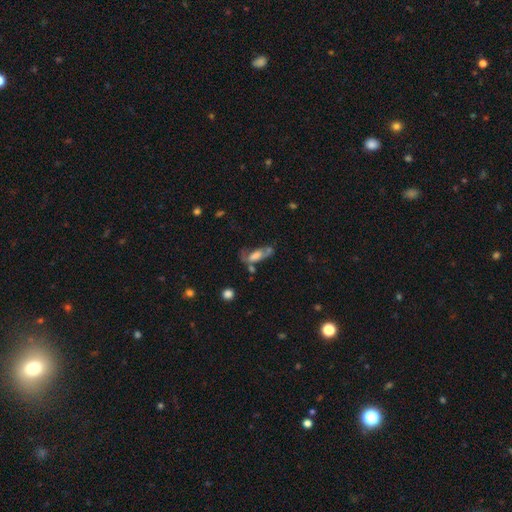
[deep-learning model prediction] This is marginally a smooth galaxy (44%, tied with featured or disk). Merging: marginally none (32%).